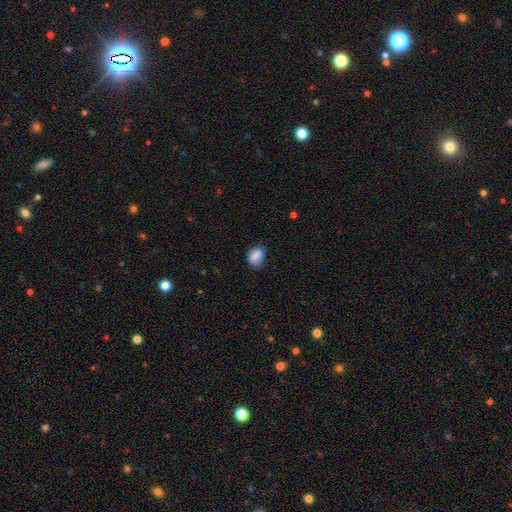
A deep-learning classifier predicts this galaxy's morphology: smooth 84%, star or artifact 8%, featured or disk 8%. Down the decision tree: how rounded — in between (74%); merging — none (64%).